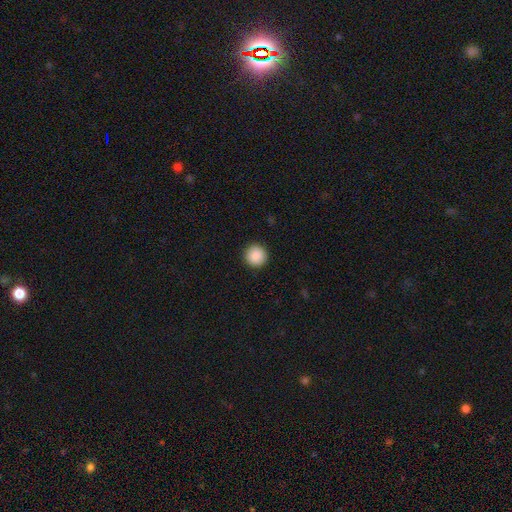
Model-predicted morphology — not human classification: Smooth or featured: smooth — 89% (star or artifact — 8%)
How rounded: round — 96% (in between — 3%)
Merging: none — 93% (minor disturbance — 5%)